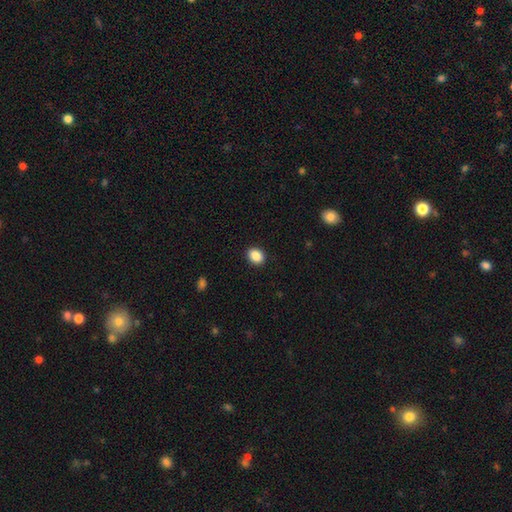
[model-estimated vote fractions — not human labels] Morphology: type=smooth (89%); roundness=in between (59%); merging=none (91%).